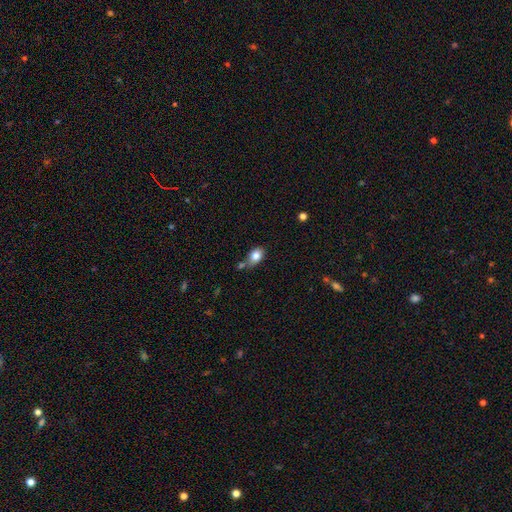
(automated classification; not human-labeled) Smooth or featured?
  - smooth: 81% *
  - featured or disk: 10%
  - star or artifact: 9%
How rounded?
  - in between: 77% *
  - round: 21%
  - cigar-shaped: 2%
Merging?
  - none: 51% *
  - minor disturbance: 23%
  - merger: 20%
  - major disturbance: 6%